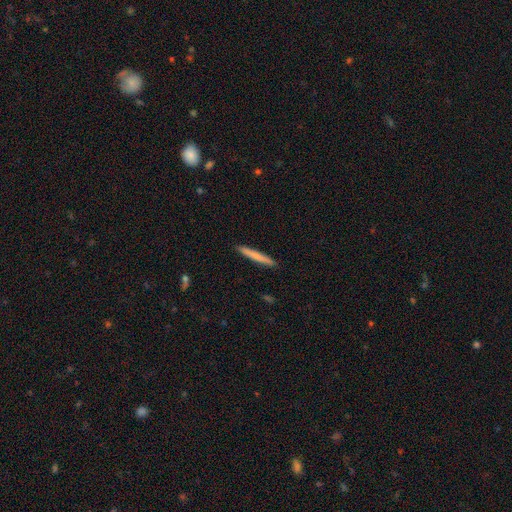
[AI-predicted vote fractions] Morphology: type=smooth (71%); roundness=cigar-shaped (96%); merging=none (92%).